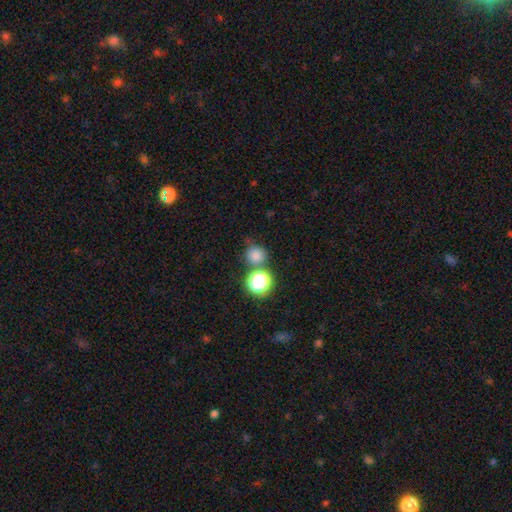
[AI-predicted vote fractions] Smooth or featured? smooth (77%)
How rounded? round (90%)
Merging? none (68%)